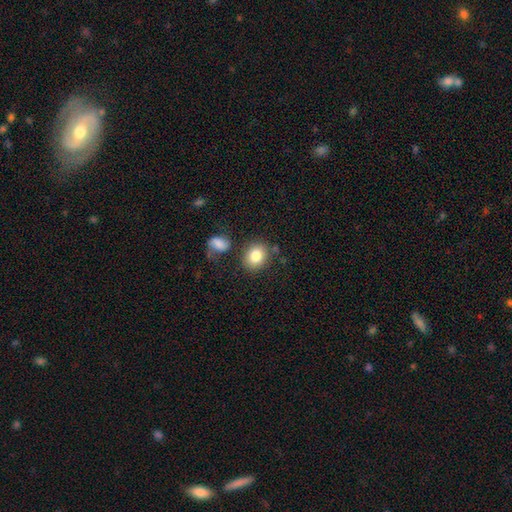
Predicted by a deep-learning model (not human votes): The model was most divided on "how rounded": round: 65%, in between: 35%, cigar-shaped: 1%. More confident: smooth or featured — smooth (83%); merging — none (76%).